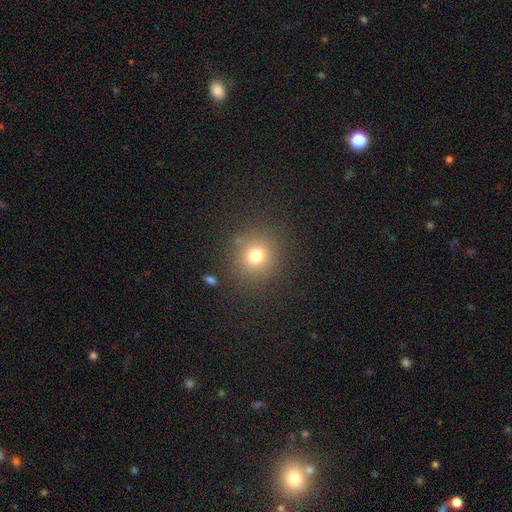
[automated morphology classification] Overall: smooth (75%). How rounded: round (90%). Merging: none (86%).